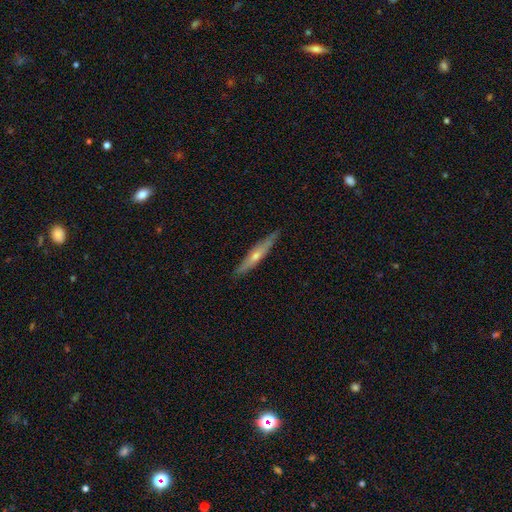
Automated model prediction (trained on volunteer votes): Q: Smooth or featured?
A: featured or disk (57%); runner-up: smooth (37%)
Q: Edge-on disk?
A: yes (92%); runner-up: no (8%)
Q: Edge-on bulge?
A: rounded (77%); runner-up: none (19%)
Q: Merging?
A: none (88%); runner-up: minor disturbance (10%)